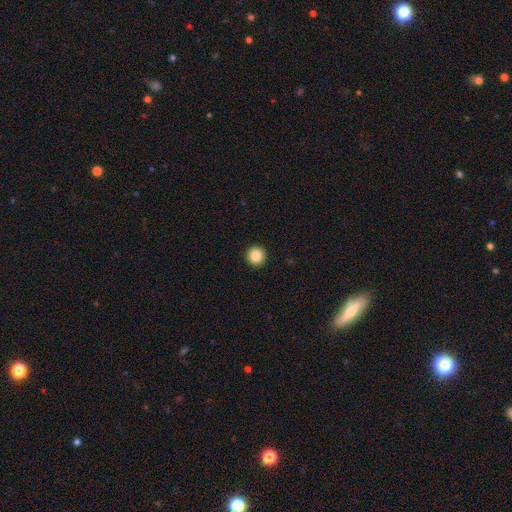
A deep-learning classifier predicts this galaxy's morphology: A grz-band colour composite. It shows a smooth galaxy with no disk features (86%) that is round (96%). Merging: none (94%).